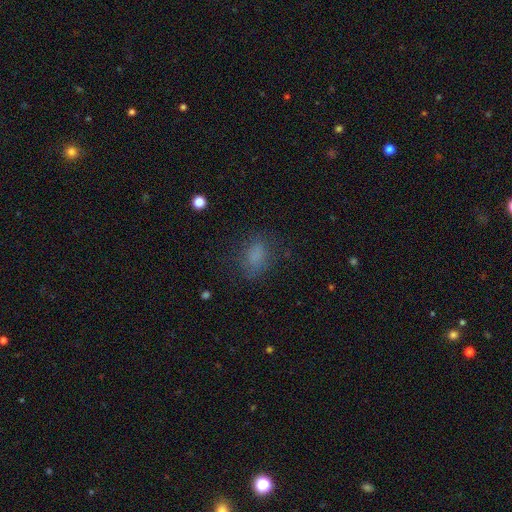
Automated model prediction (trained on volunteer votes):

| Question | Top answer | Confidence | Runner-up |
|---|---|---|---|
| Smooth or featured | smooth | 75% | star or artifact (15%) |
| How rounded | in between | 71% | round (27%) |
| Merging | none | 71% | minor disturbance (17%) |